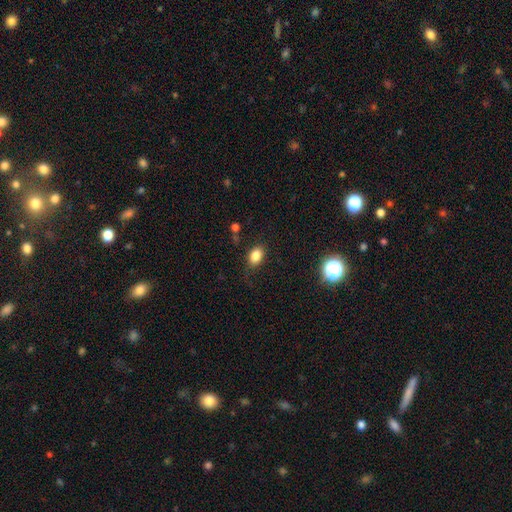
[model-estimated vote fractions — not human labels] Q: Smooth or featured?
A: smooth (82%); runner-up: star or artifact (11%)
Q: How rounded?
A: in between (77%); runner-up: round (21%)
Q: Merging?
A: none (79%); runner-up: minor disturbance (15%)